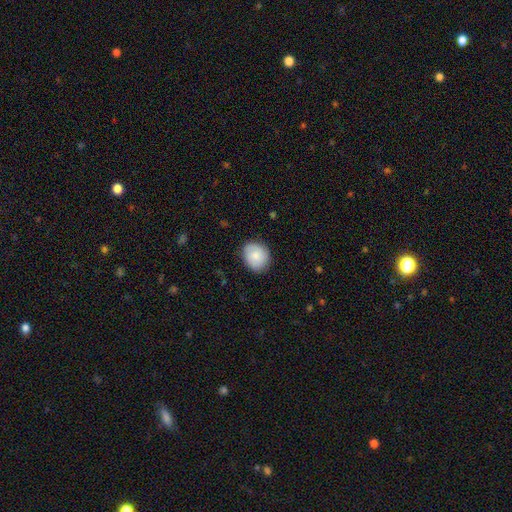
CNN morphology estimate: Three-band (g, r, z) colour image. It shows a smooth galaxy with no disk features (80%) that is round (63%). Merging: none (82%).